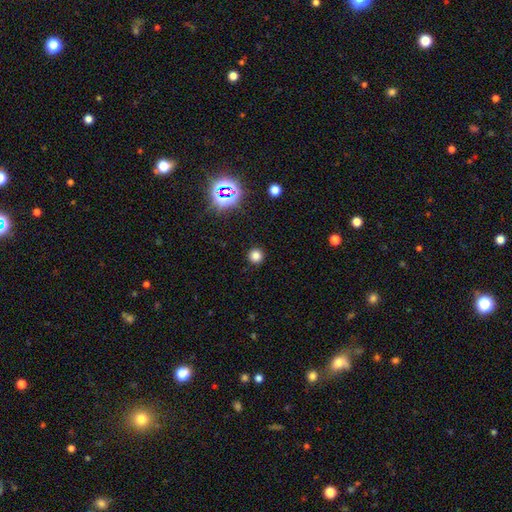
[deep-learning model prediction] A smooth galaxy with no disk features (77%) that is round (95%). Merging: none (92%).